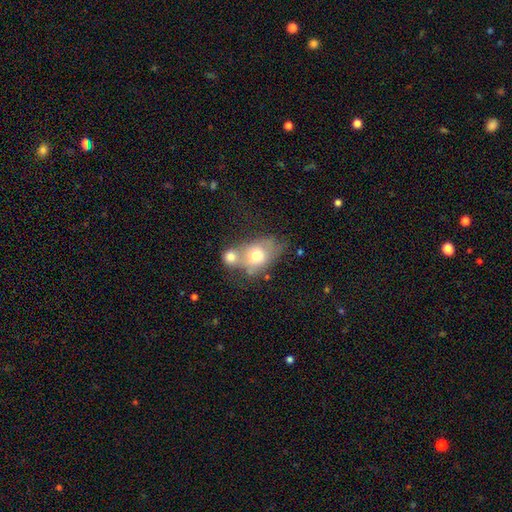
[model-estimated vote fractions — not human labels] Overall: smooth (65%; featured or disk 26%). How rounded: in between (60%; round 38%). Merging: merger (57%; none 23%).